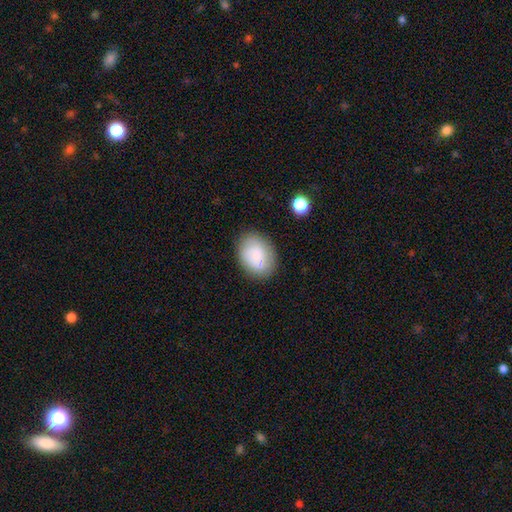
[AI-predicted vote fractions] Overall: smooth (77%). How rounded: in between (73%). Merging: none (76%).